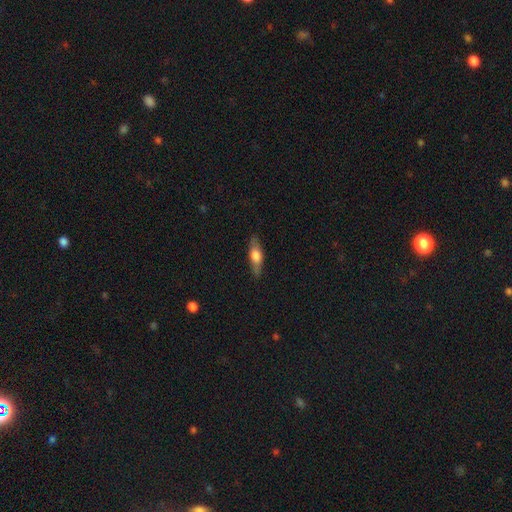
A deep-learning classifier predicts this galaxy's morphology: smooth_or_featured: smooth (p=0.50) [alt: featured or disk p=0.44]
merging: none (p=0.84) [alt: minor disturbance p=0.12]